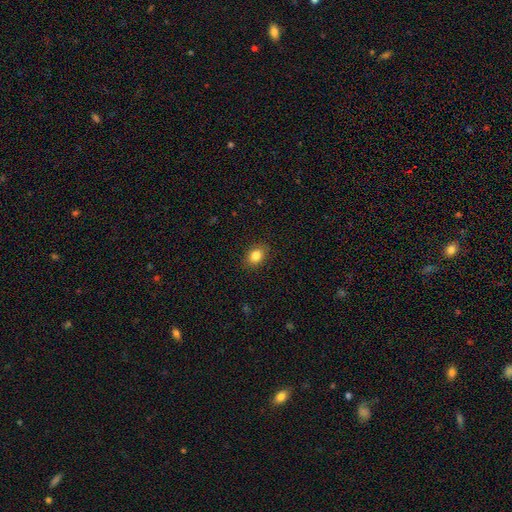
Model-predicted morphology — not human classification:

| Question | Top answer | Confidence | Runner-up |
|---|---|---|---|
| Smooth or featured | smooth | 84% | star or artifact (9%) |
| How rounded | in between | 70% | round (29%) |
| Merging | none | 88% | minor disturbance (9%) |